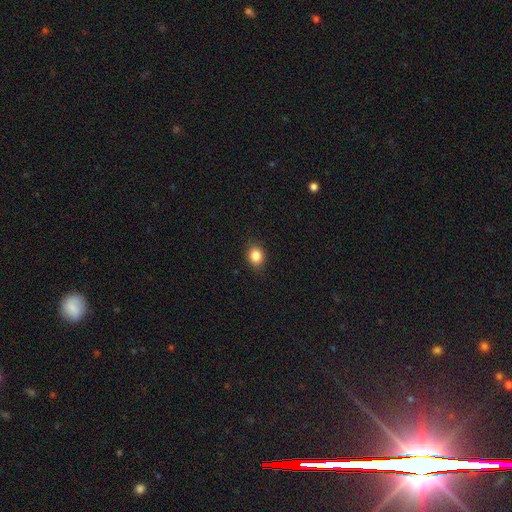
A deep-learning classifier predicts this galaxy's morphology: The model was most divided on "how rounded": round: 56%, in between: 42%, cigar-shaped: 1%. More confident: merging — none (85%); smooth or featured — smooth (84%).